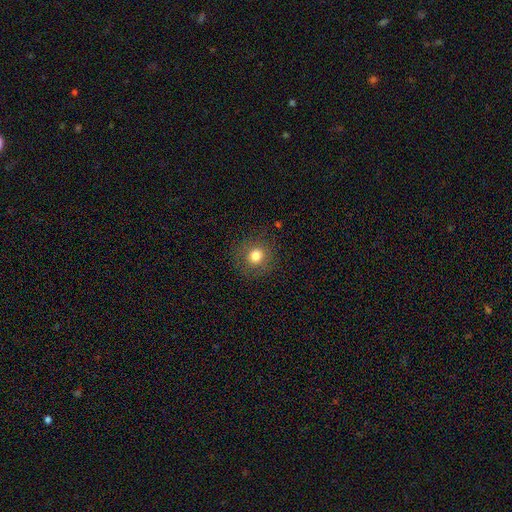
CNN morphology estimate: Q: Smooth or featured?
A: smooth (78%); runner-up: star or artifact (13%)
Q: How rounded?
A: round (90%); runner-up: in between (9%)
Q: Merging?
A: none (86%); runner-up: minor disturbance (9%)